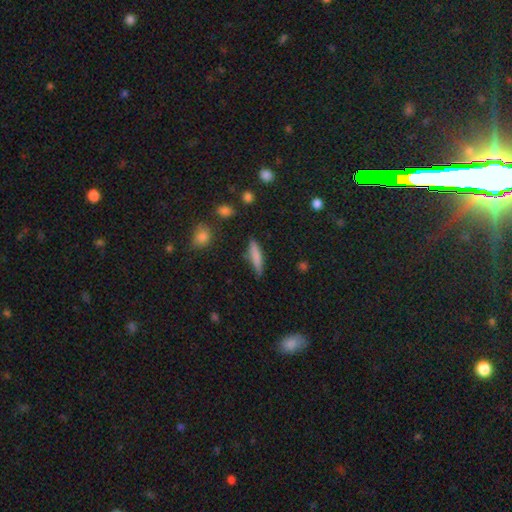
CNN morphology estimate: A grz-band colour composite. It shows a smooth galaxy with no disk features (78%) that is cigar-shaped (79%). Merging: none (76%).